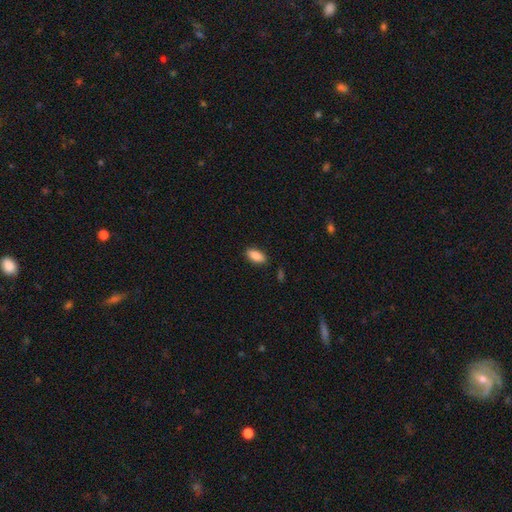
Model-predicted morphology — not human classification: Smooth or featured? Predicted: smooth (p=0.87). How rounded? Predicted: in between (p=0.88). Merging? Predicted: none (p=0.87).